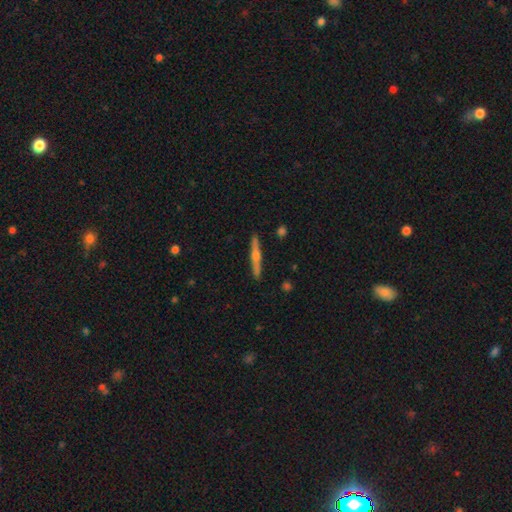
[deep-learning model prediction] Morphology: type=featured or disk (66%); edge-on=yes (98%); edge-on bulge=rounded (81%); merging=none (91%).